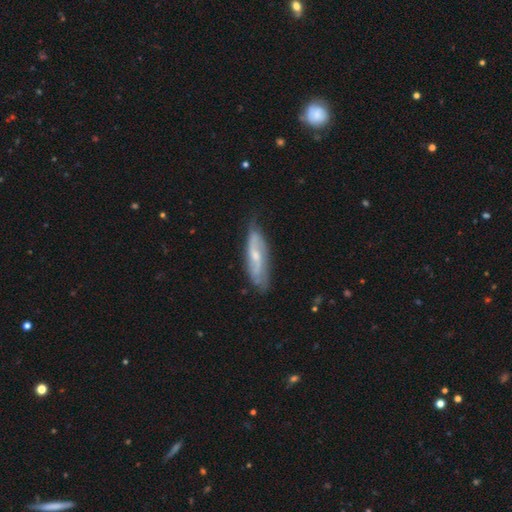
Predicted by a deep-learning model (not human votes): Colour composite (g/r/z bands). It shows a featured or disk galaxy (67%) with a weak bar (43%), spiral arms (85%) and a small central bulge (57%). Merging: none (71%).